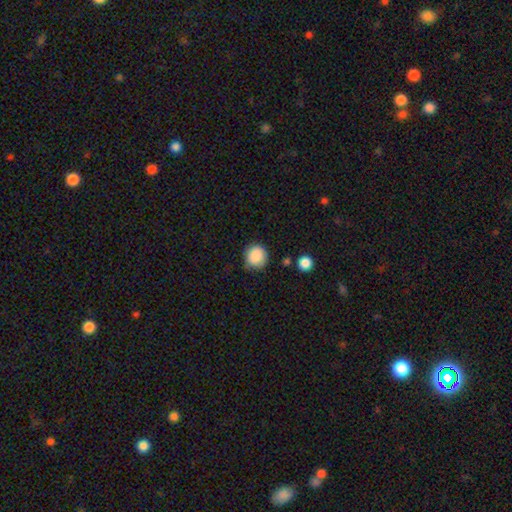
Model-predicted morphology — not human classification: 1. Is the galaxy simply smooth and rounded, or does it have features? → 88% smooth, 9% star or artifact, 4% featured or disk.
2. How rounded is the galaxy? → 91% round, 8% in between, 1% cigar-shaped.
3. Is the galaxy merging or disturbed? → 80% none, 13% minor disturbance, 4% major disturbance, 3% merger.